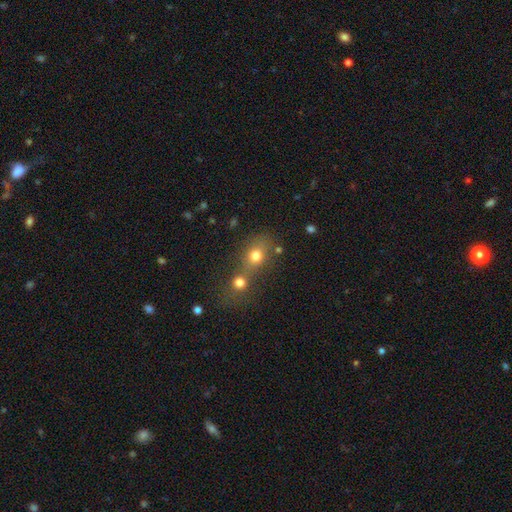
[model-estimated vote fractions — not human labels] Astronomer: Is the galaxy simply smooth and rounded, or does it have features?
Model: smooth — 74%.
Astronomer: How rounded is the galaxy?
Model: round — 61% (runner-up: in between, 37%).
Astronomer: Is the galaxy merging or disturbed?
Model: merger — 45% (runner-up: none, 41%).